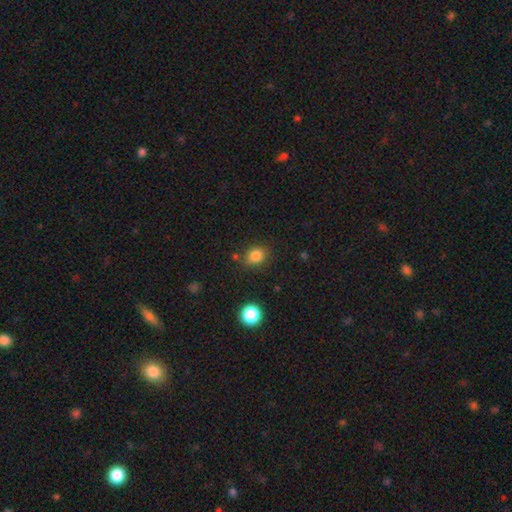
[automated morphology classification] The model was most divided on "how rounded": round: 55%, in between: 44%, cigar-shaped: 1%. More confident: smooth or featured — smooth (83%); merging — none (79%).